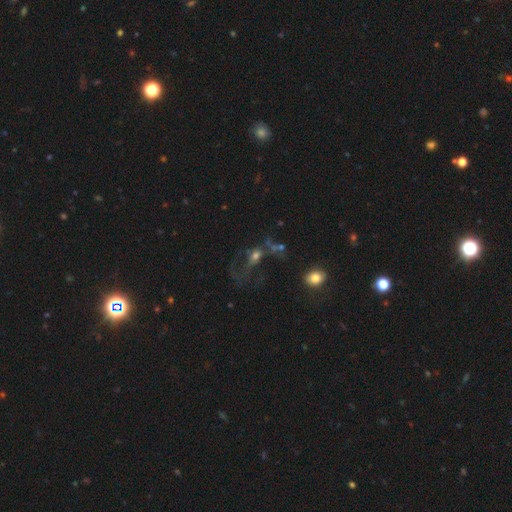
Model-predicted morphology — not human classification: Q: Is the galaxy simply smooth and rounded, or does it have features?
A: featured or disk — 44%.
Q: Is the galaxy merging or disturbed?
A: major disturbance — 46%.